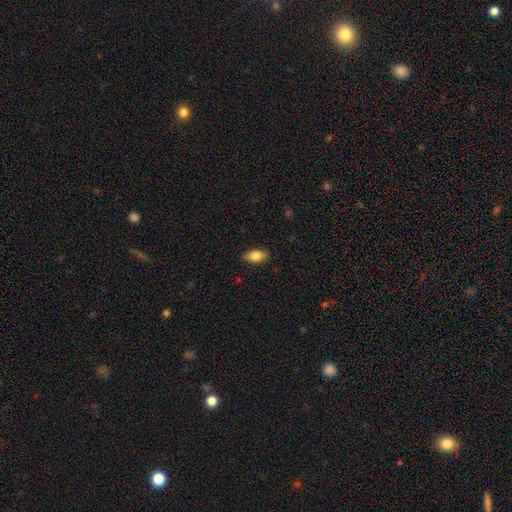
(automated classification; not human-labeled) Smooth or featured: smooth — 84% (featured or disk — 9%)
How rounded: in between — 90% (cigar-shaped — 6%)
Merging: none — 87% (minor disturbance — 10%)